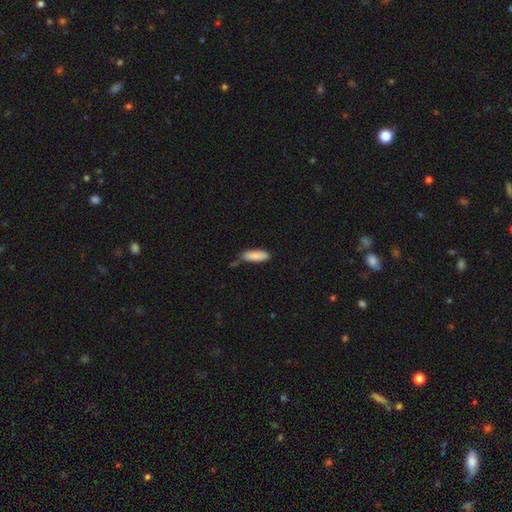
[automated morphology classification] Smooth or featured: smooth — 87% (featured or disk — 7%)
How rounded: in between — 64% (cigar-shaped — 34%)
Merging: none — 58% (minor disturbance — 28%)